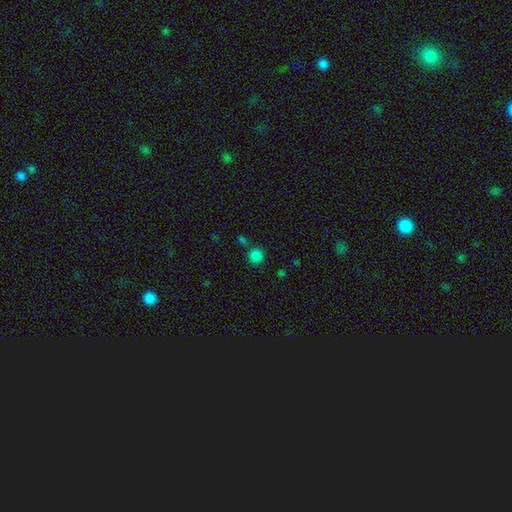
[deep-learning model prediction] Smooth or featured? Predicted: smooth (p=0.82). How rounded? Predicted: round (p=0.93). Merging? Predicted: none (p=0.76).